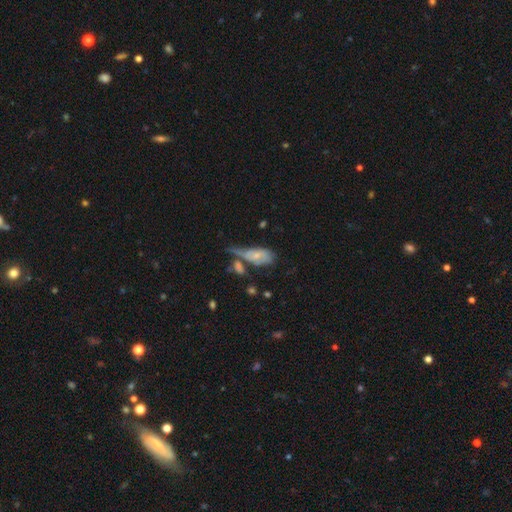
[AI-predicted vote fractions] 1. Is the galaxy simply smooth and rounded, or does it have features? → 53% smooth, 38% featured or disk, 9% star or artifact.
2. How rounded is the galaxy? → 83% in between, 12% cigar-shaped, 5% round.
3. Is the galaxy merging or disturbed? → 31% merger, 25% none, 24% minor disturbance, 21% major disturbance.